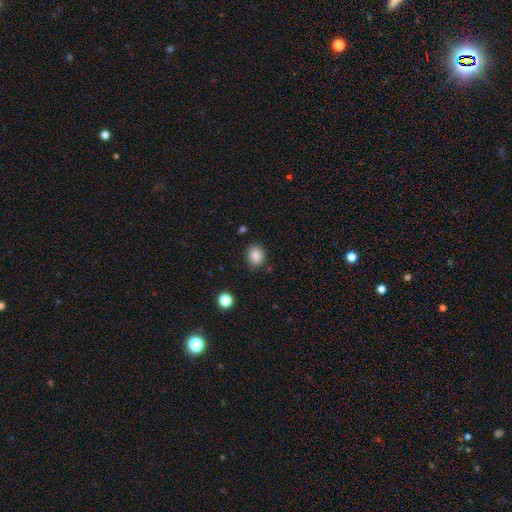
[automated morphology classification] smooth-or-featured: smooth: 86% | star or artifact: 10% | featured or disk: 4%
  how-rounded: round: 59% | in between: 40% | cigar-shaped: 1%
  merging: none: 82% | minor disturbance: 12% | major disturbance: 3% | merger: 3%